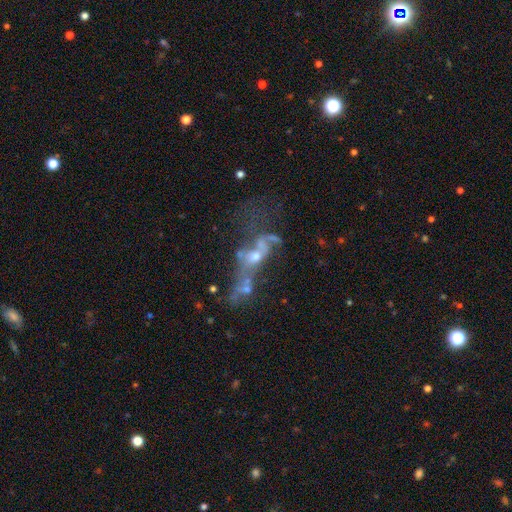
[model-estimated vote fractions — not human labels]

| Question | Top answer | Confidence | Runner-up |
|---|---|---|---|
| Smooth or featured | featured or disk | 61% | smooth (20%) |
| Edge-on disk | no | 89% | yes (11%) |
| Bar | no | 81% | weak (15%) |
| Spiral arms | no | 78% | yes (22%) |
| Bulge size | moderate | 41% | small (33%) |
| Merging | merger | 42% | major disturbance (31%) |